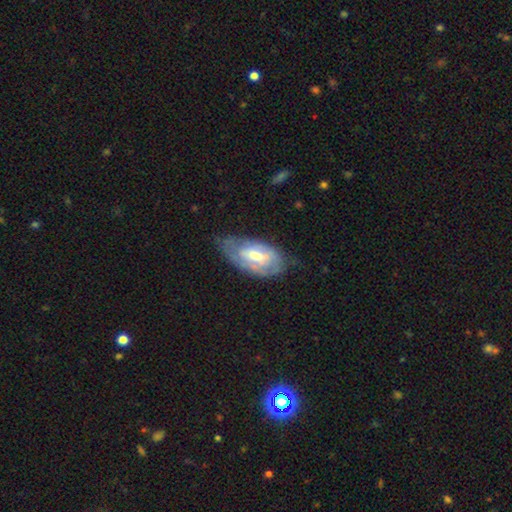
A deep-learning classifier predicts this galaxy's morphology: A featured or disk galaxy (59%) with a weak bar (45%), spiral arms (64%) and a moderate central bulge (57%). Merging: none (52%).